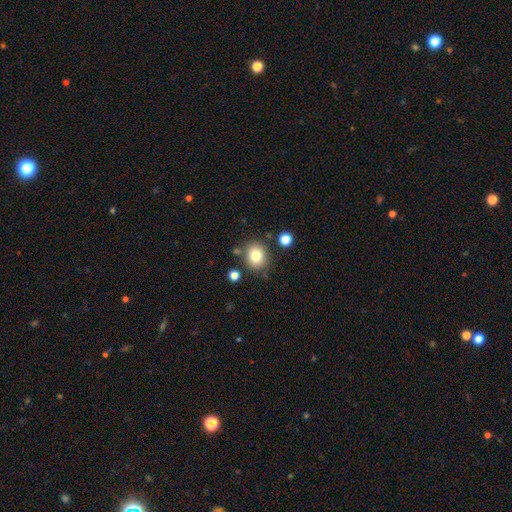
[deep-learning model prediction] Smooth or featured? smooth (81%)
How rounded? round (79%)
Merging? none (81%)